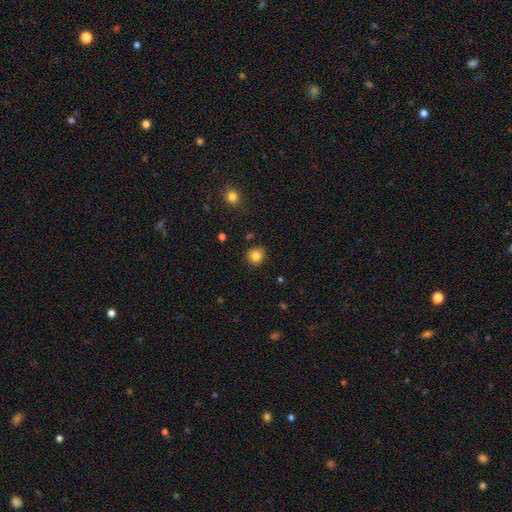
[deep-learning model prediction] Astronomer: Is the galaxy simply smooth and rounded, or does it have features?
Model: smooth — 83%.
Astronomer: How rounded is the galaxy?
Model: round — 92%.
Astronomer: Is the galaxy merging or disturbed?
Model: none — 87%.